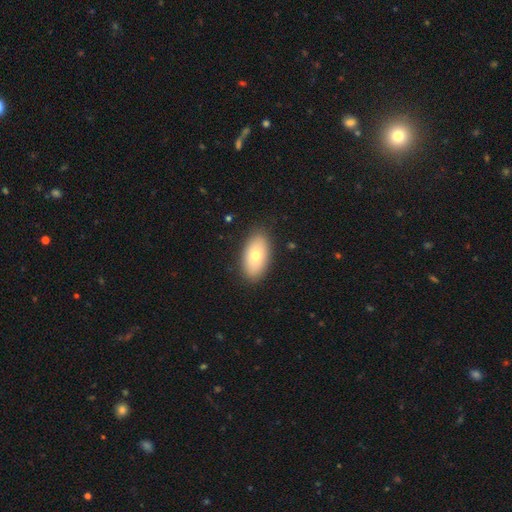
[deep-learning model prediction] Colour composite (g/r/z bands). It shows a smooth galaxy with no disk features (74%) that is in between round and cigar-shaped (93%). Merging: none (87%).